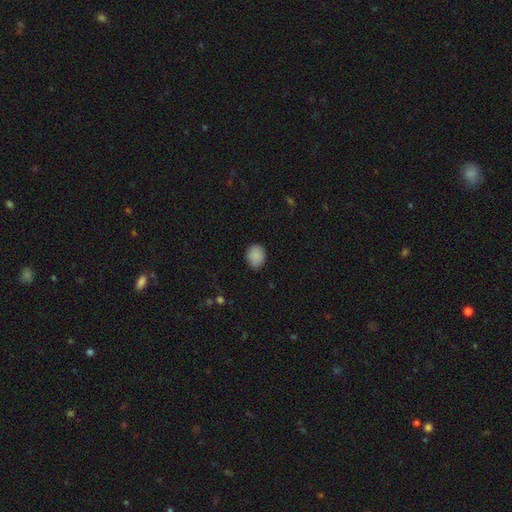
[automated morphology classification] smooth-or-featured: smooth: 88% | star or artifact: 8% | featured or disk: 4%
  how-rounded: round: 52% | in between: 47% | cigar-shaped: 1%
  merging: none: 80% | minor disturbance: 17% | major disturbance: 3% | merger: 1%